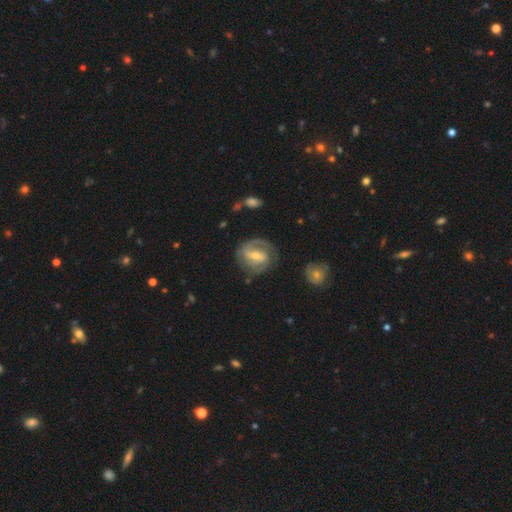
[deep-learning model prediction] Smooth or featured: featured or disk — 85% (smooth — 10%)
Edge-on disk: no — 97% (yes — 3%)
Bar: weak — 44% (strong — 40%)
Spiral arms: yes — 94% (no — 6%)
Spiral winding: tight — 45% (medium — 43%)
Spiral arm count: 2 — 73% (1 — 10%)
Bulge size: moderate — 50% (small — 45%)
Merging: none — 73% (minor disturbance — 17%)